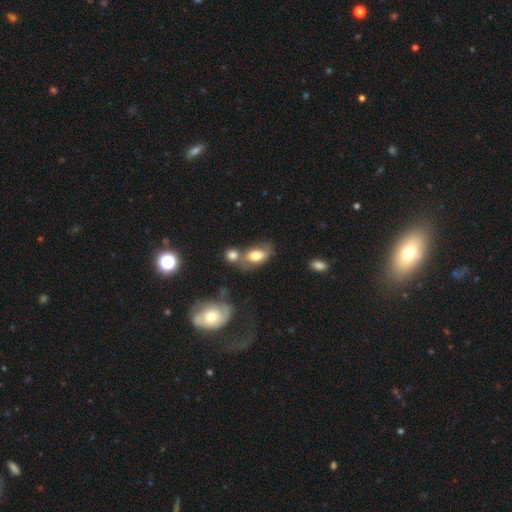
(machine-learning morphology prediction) type=smooth (68%); roundness=in between (88%); merging=none (37%).